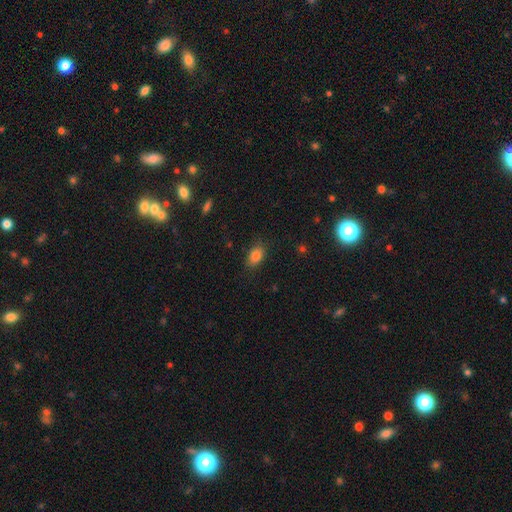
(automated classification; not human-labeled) A smooth galaxy with no disk features (83%) that is in between round and cigar-shaped (85%). Merging: none (82%).